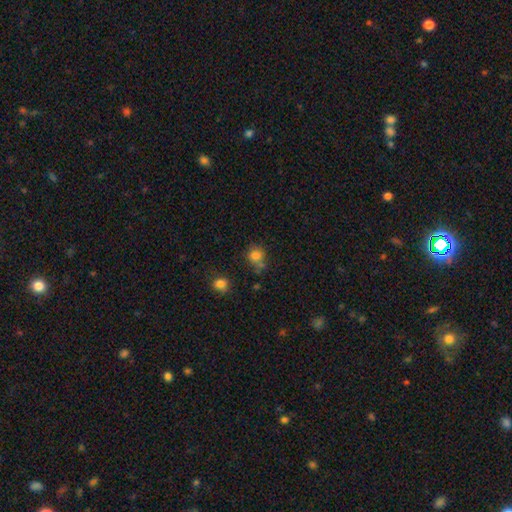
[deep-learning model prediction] Morphology: type=smooth (79%); roundness=round (78%); merging=none (59%).